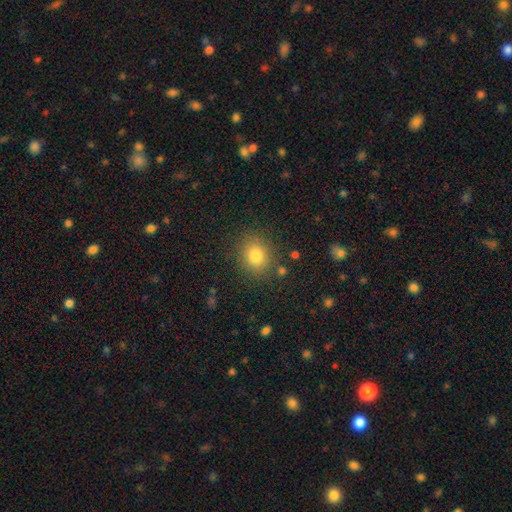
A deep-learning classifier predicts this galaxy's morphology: Q: Smooth or featured?
A: smooth (81%); runner-up: star or artifact (12%)
Q: How rounded?
A: round (64%); runner-up: in between (35%)
Q: Merging?
A: none (84%); runner-up: minor disturbance (10%)